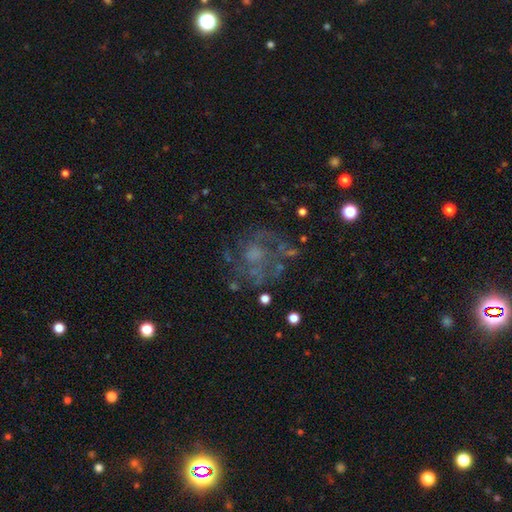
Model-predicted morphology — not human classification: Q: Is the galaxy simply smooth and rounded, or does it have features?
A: featured or disk — 66%.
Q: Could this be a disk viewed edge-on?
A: no — 98%.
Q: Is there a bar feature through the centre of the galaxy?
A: no — 81%.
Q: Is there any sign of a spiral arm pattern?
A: yes — 58%.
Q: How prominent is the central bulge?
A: none — 37%.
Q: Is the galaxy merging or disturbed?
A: none — 57%.